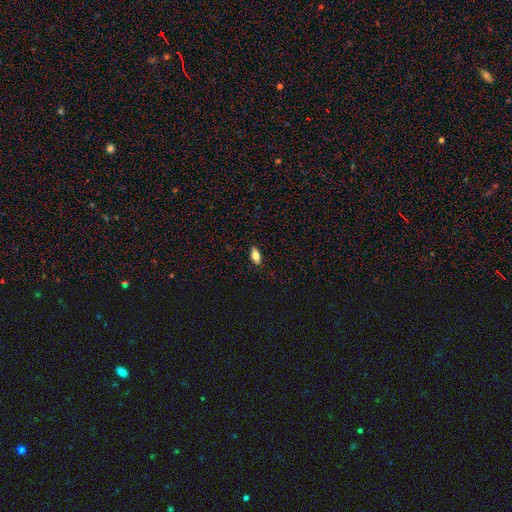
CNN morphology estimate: A smooth galaxy with no disk features (76%) that is in between round and cigar-shaped (86%). Merging: none (89%).